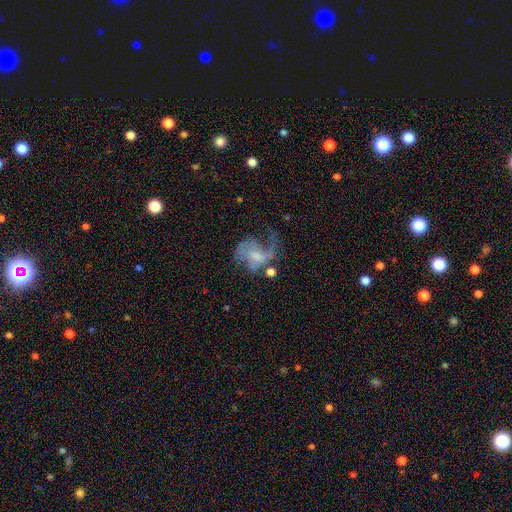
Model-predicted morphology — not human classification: Smooth or featured? Predicted: featured or disk (p=0.67). Edge-on disk? Predicted: no (p=0.98). Bar? Predicted: no (p=0.48). Spiral arms? Predicted: yes (p=0.75). Bulge size? Predicted: none (p=0.37). Merging? Predicted: major disturbance (p=0.48).